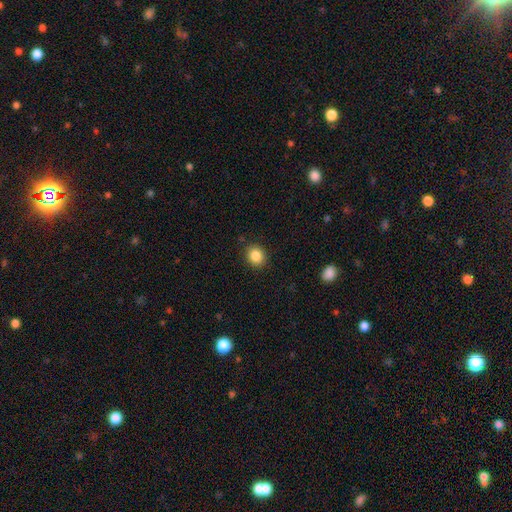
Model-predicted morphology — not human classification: Smooth or featured? Predicted: smooth (p=0.86). How rounded? Predicted: round (p=0.73). Merging? Predicted: none (p=0.89).